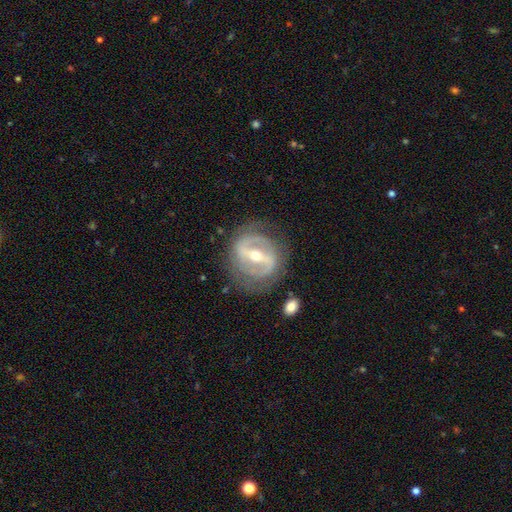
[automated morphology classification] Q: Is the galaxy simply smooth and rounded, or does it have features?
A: featured or disk — 86%.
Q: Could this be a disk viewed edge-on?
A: no — 95%.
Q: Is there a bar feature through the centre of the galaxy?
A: strong — 71%.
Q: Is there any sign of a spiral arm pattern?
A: yes — 80%.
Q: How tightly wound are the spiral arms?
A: medium — 42%.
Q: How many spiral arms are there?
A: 2 — 79%.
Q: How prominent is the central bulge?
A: moderate — 55%.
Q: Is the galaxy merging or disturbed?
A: none — 78%.